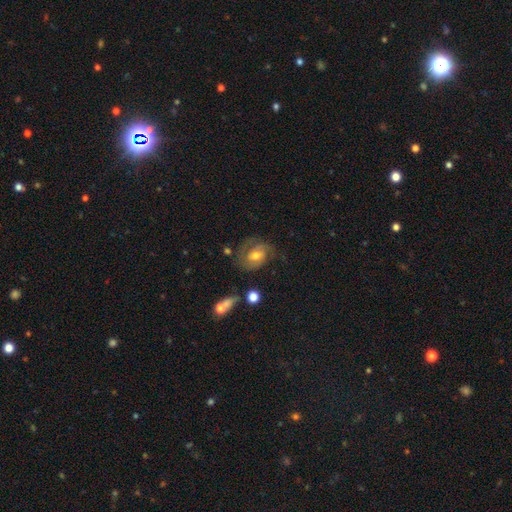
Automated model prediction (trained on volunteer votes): Smooth or featured?
  - featured or disk: 68% *
  - smooth: 24%
  - star or artifact: 8%
Edge-on disk?
  - no: 97% *
  - yes: 3%
Bar?
  - no: 63% *
  - weak: 30%
  - strong: 7%
Spiral arms?
  - yes: 87% *
  - no: 13%
Spiral winding?
  - medium: 43% *
  - tight: 37%
  - loose: 20%
Spiral arm count?
  - 2: 68% *
  - can't tell: 15%
  - 1: 9%
  - 3: 5%
  - 4: 2%
  - more than 4: 2%
Bulge size?
  - moderate: 69% *
  - small: 22%
  - large: 7%
  - none: 1%
  - dominant: 1%
Merging?
  - none: 59% *
  - minor disturbance: 22%
  - major disturbance: 16%
  - merger: 3%